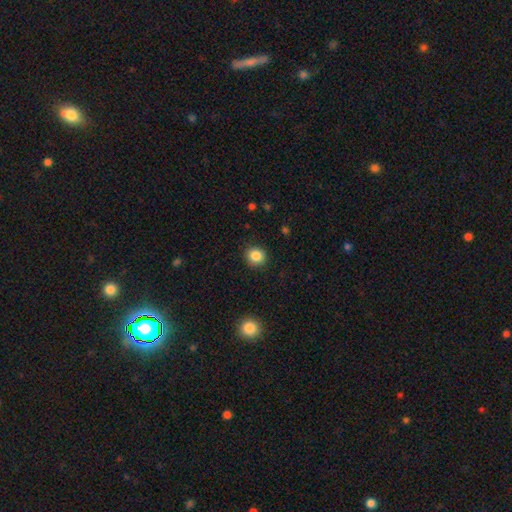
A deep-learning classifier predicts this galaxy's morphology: Smooth or featured: smooth — 86% (star or artifact — 10%)
How rounded: round — 86% (in between — 13%)
Merging: none — 90% (minor disturbance — 7%)